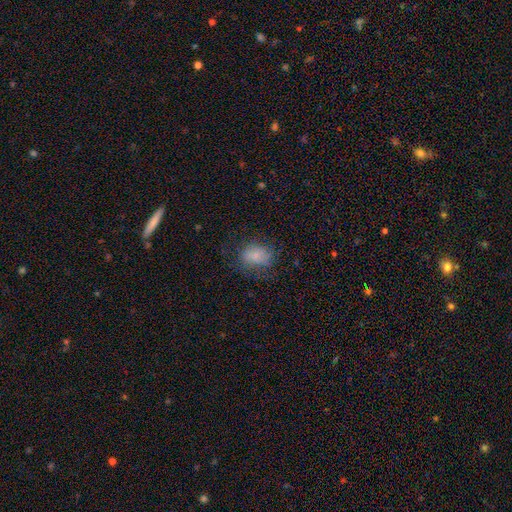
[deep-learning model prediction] smooth-or-featured: smooth: 75% | featured or disk: 14% | star or artifact: 11%
  how-rounded: in between: 68% | round: 30% | cigar-shaped: 1%
  merging: none: 60% | minor disturbance: 23% | major disturbance: 16% | merger: 2%